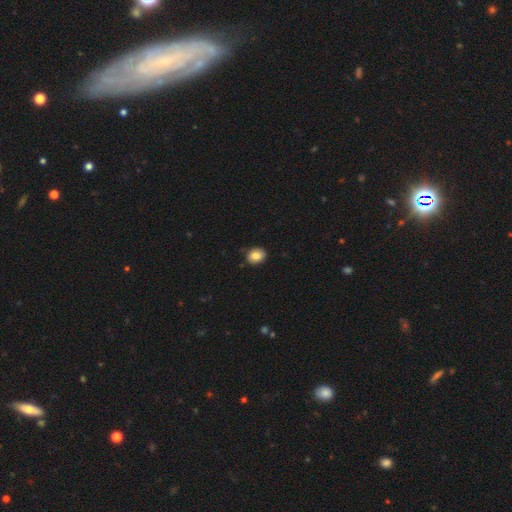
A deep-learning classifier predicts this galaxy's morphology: smooth-or-featured: smooth: 84% | star or artifact: 8% | featured or disk: 8%
  how-rounded: in between: 51% | round: 48% | cigar-shaped: 1%
  merging: none: 81% | minor disturbance: 15% | major disturbance: 3% | merger: 1%